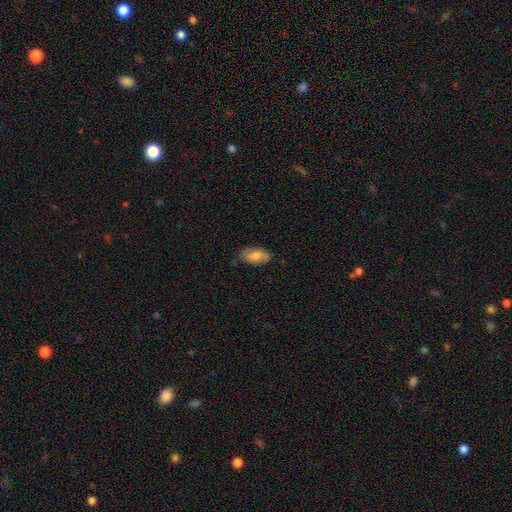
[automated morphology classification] A smooth galaxy with no disk features (76%) that is in between round and cigar-shaped (92%). Merging: none (75%).